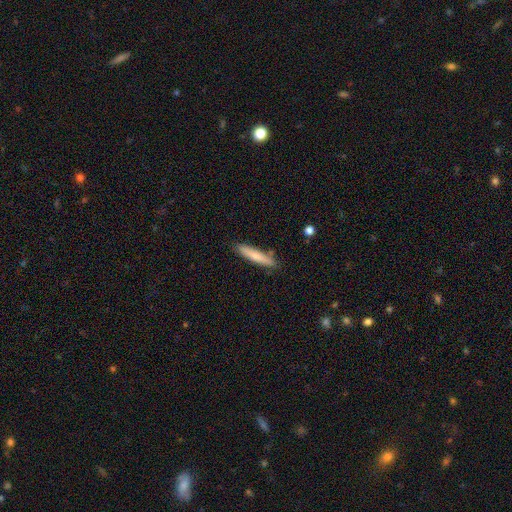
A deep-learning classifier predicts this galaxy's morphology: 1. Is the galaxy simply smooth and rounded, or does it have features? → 73% smooth, 21% featured or disk, 6% star or artifact.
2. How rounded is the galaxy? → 90% cigar-shaped, 9% in between, 1% round.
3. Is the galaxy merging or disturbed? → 84% none, 12% minor disturbance, 3% merger, 2% major disturbance.